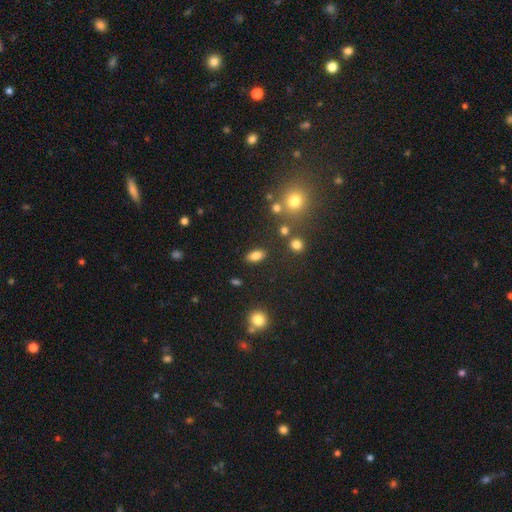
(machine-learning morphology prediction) A smooth galaxy with no disk features (81%) that is in between round and cigar-shaped (89%).

Vote fractions:
- Smooth or featured? smooth: 81% / star or artifact: 11% / featured or disk: 9%
- How rounded? in between: 89% / round: 7% / cigar-shaped: 4%
- Merging? none: 85% / minor disturbance: 9% / merger: 3% / major disturbance: 3%